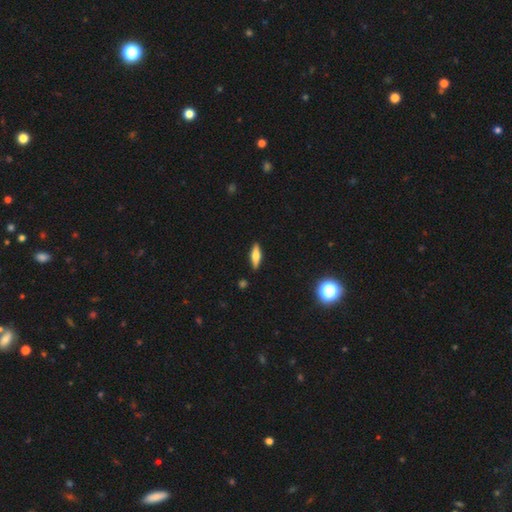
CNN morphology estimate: type=smooth (56%); roundness=cigar-shaped (52%); merging=none (89%).